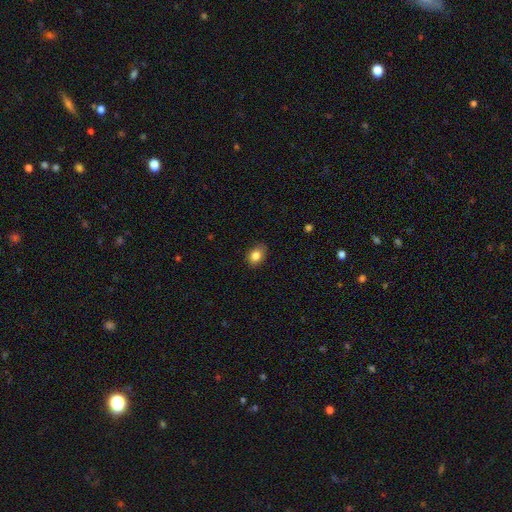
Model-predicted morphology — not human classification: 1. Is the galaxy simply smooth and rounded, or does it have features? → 84% smooth, 10% star or artifact, 6% featured or disk.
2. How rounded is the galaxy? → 60% in between, 39% round, 1% cigar-shaped.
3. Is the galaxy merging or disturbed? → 82% none, 15% minor disturbance, 3% major disturbance, 1% merger.